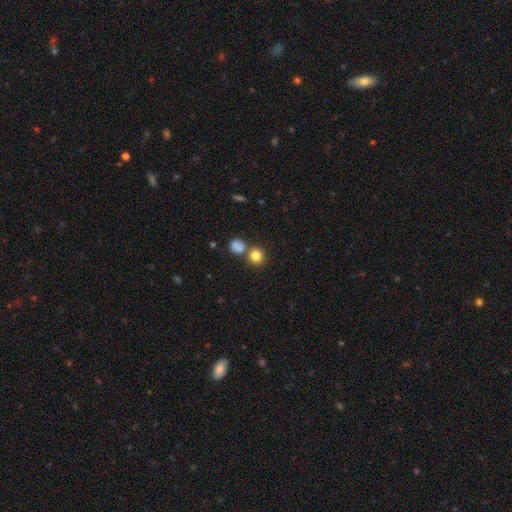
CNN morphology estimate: Smooth or featured?
  - smooth: 83% *
  - star or artifact: 11%
  - featured or disk: 6%
How rounded?
  - round: 87% *
  - in between: 12%
  - cigar-shaped: 1%
Merging?
  - none: 67% *
  - merger: 21%
  - minor disturbance: 8%
  - major disturbance: 3%